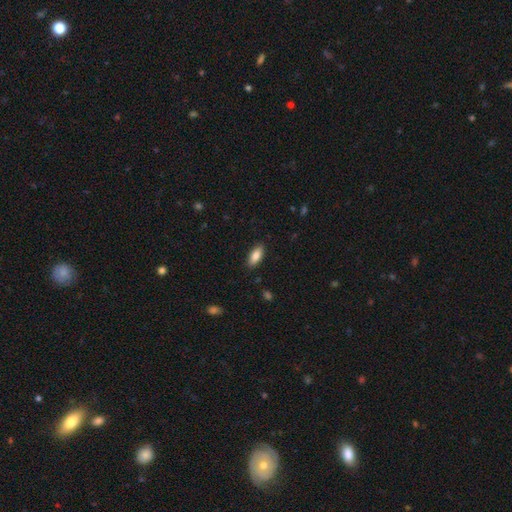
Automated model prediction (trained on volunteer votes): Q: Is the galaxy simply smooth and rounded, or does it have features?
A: smooth — 85%.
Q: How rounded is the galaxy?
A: in between — 82%.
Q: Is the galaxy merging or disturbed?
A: none — 88%.